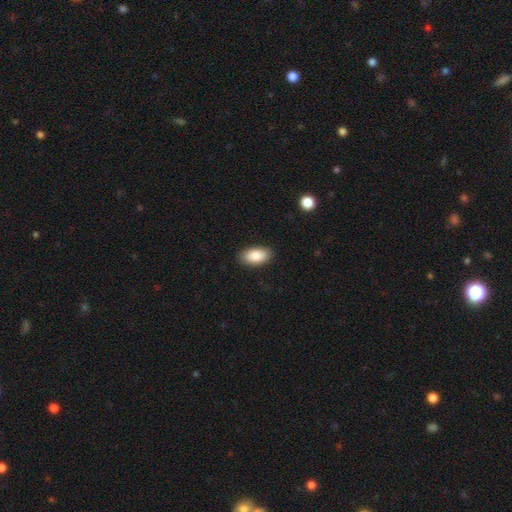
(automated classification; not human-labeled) Overall: smooth (86%). How rounded: in between (94%). Merging: none (88%).